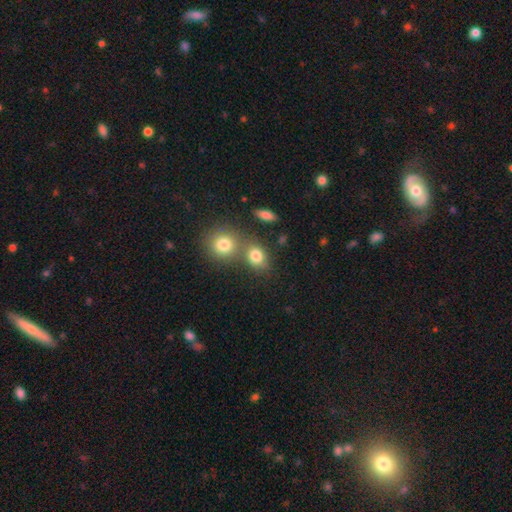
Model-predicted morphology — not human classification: Smooth or featured: smooth — 79% (star or artifact — 11%)
How rounded: round — 57% (in between — 42%)
Merging: none — 46% (merger — 41%)